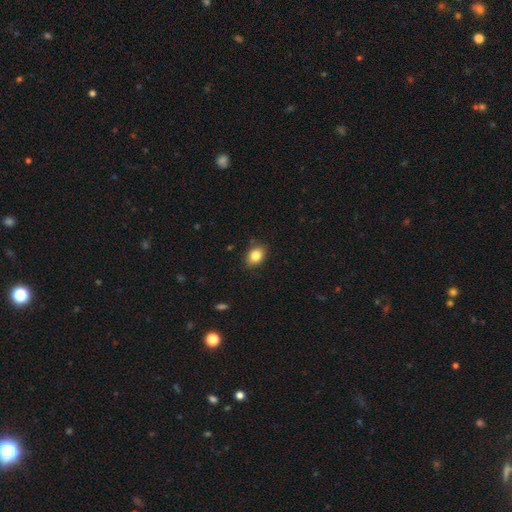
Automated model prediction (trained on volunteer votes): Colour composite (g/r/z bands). It shows a smooth galaxy with no disk features (84%) that is in between round and cigar-shaped (67%). Merging: none (84%).